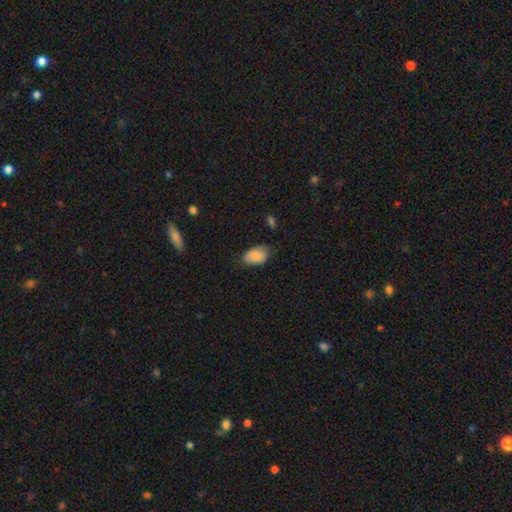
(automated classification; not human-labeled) smooth-or-featured: smooth: 84% | featured or disk: 9% | star or artifact: 7%
  how-rounded: in between: 90% | round: 9% | cigar-shaped: 1%
  merging: none: 62% | minor disturbance: 30% | major disturbance: 6% | merger: 2%